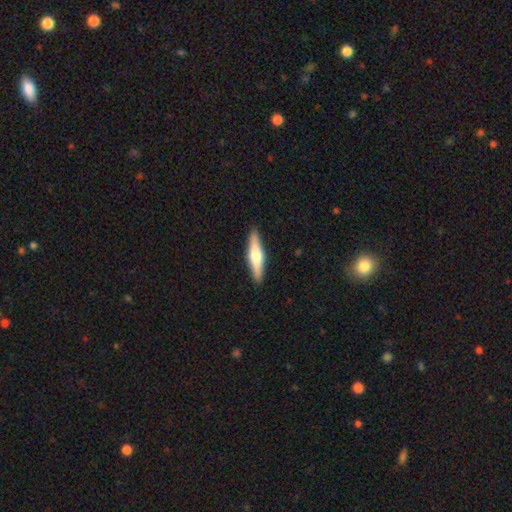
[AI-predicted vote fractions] A smooth galaxy with no disk features (50%).

Vote fractions:
- Smooth or featured? smooth: 50% / featured or disk: 45% / star or artifact: 5%
- Merging? none: 91% / minor disturbance: 7% / major disturbance: 1% / merger: 1%